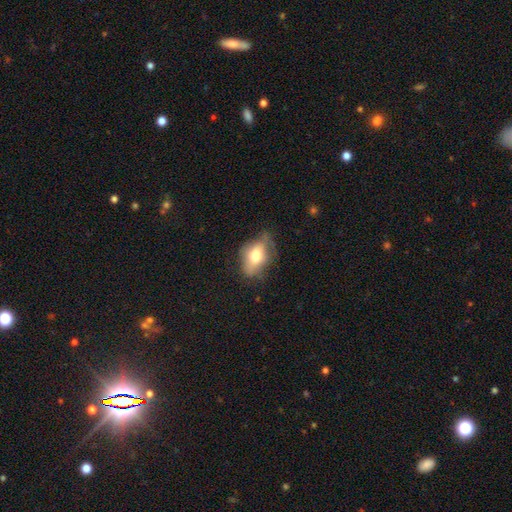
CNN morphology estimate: Smooth or featured? smooth (62%)
How rounded? in between (82%)
Merging? none (48%)